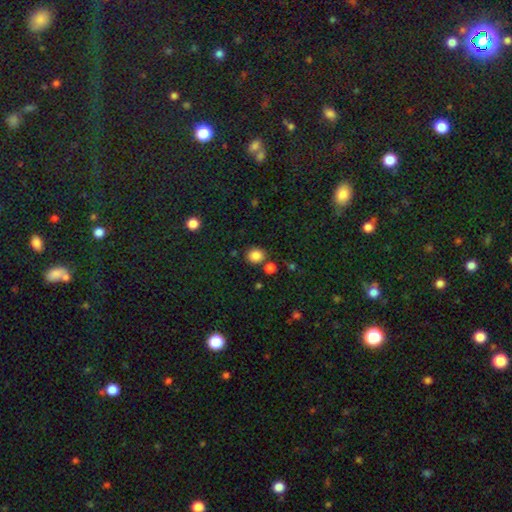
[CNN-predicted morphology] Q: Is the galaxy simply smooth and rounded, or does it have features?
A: smooth — 84%.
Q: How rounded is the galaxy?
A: round — 75%.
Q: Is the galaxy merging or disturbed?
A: none — 79%.